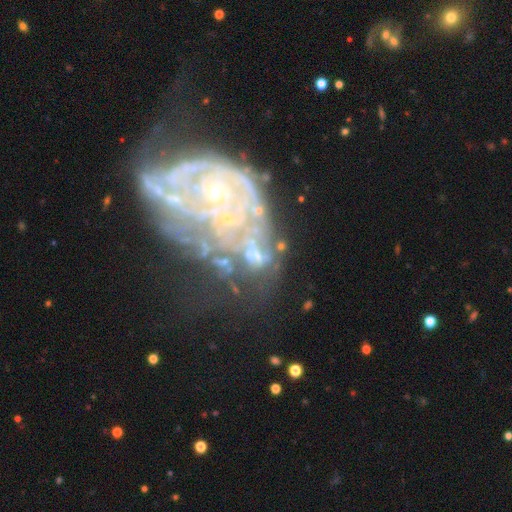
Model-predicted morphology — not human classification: This is likely a featured or disk galaxy (60%). It is clearly not viewed edge-on (96%). Bar: likely no (77%). Spiral arm pattern: possibly no (52%). Central bulge: marginally small (37%). Merging: marginally merger (30%, tied with none).